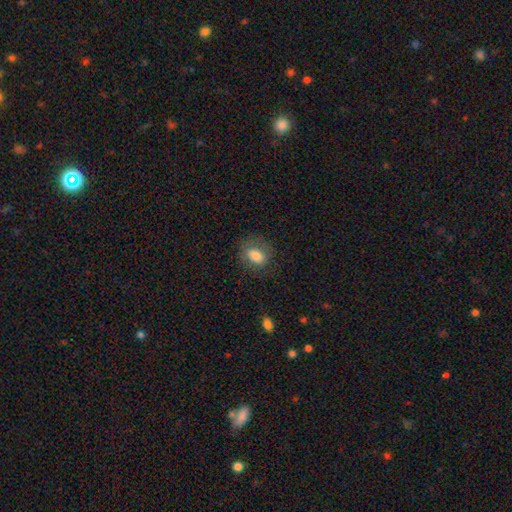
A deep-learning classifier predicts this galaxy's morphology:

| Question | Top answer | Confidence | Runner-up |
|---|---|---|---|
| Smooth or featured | smooth | 77% | featured or disk (14%) |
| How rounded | in between | 63% | round (35%) |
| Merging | none | 72% | minor disturbance (18%) |